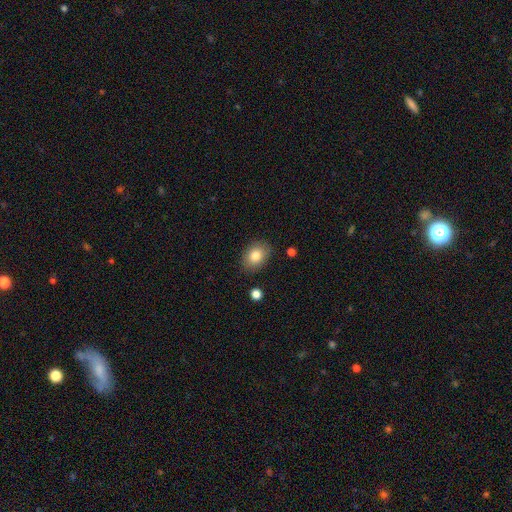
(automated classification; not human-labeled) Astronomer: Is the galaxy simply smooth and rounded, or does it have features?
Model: smooth — 83%.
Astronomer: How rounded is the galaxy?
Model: in between — 73%.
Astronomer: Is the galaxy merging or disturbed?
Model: none — 84%.